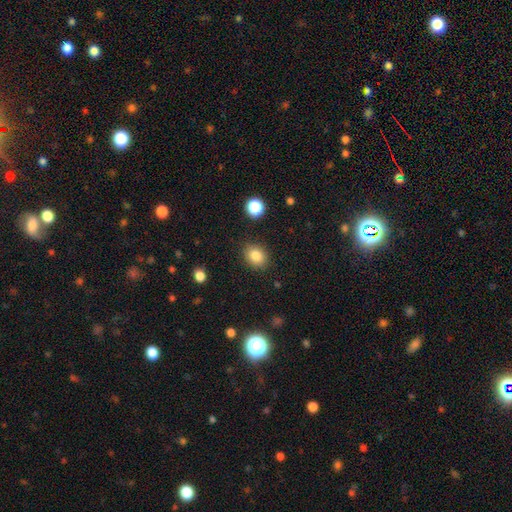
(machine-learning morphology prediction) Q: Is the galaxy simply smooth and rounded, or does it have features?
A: smooth — 84%.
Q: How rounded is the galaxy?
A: in between — 50%.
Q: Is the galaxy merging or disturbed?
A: none — 87%.